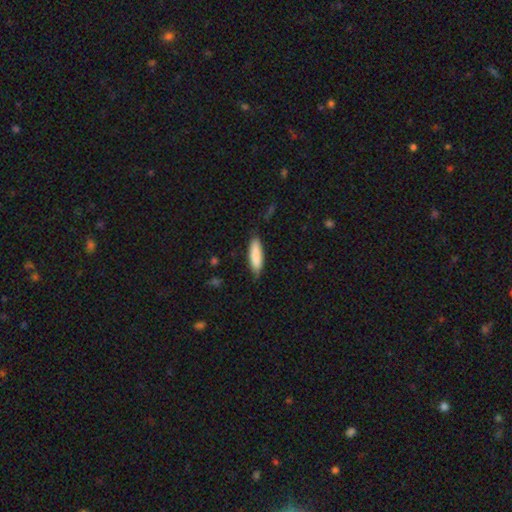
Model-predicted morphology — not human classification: This appears to be a smooth galaxy with no disk features (86%) that is cigar-shaped (61%). Merging: none (78%).